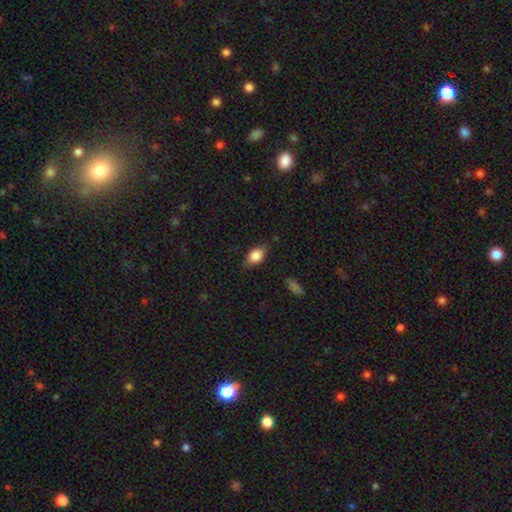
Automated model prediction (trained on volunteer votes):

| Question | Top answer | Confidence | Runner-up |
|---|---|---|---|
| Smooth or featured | smooth | 75% | featured or disk (17%) |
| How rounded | in between | 79% | round (16%) |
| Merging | none | 73% | minor disturbance (21%) |